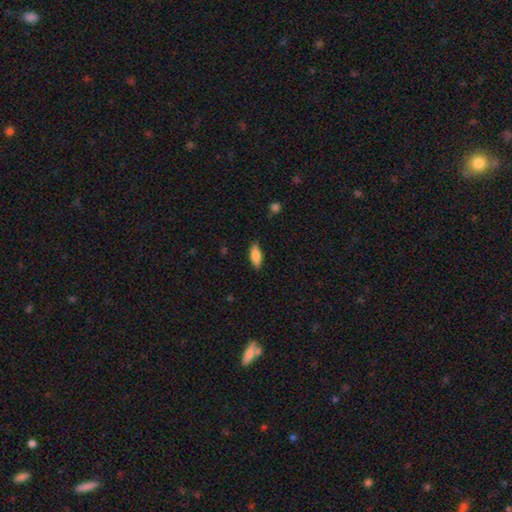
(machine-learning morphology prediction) smooth_or_featured: smooth (p=0.83) [alt: featured or disk p=0.11]
how_rounded: in between (p=0.75) [alt: cigar-shaped p=0.23]
merging: none (p=0.85) [alt: minor disturbance p=0.11]